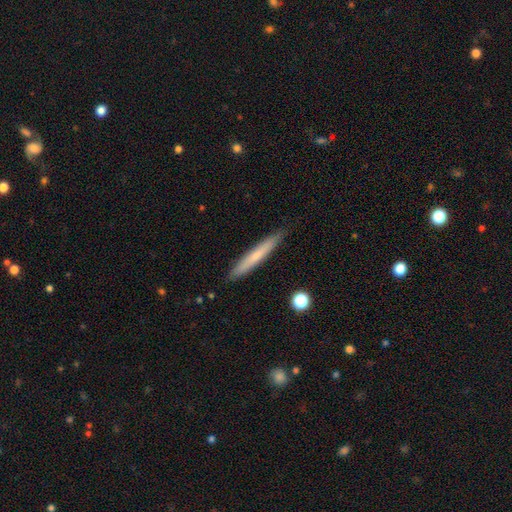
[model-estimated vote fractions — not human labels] Overall: smooth (62%; featured or disk 32%). How rounded: cigar-shaped (96%). Merging: none (90%).